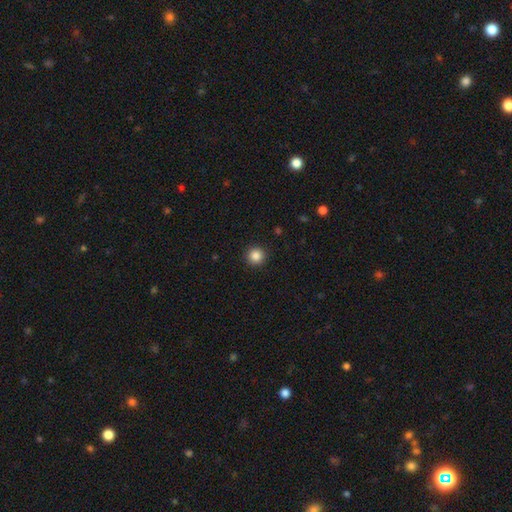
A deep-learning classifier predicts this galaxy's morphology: smooth 86%, star or artifact 10%, featured or disk 4%. Down the decision tree: how rounded — round (96%); merging — none (93%).